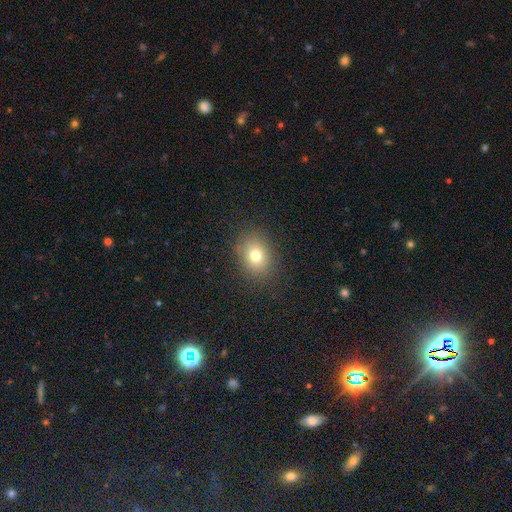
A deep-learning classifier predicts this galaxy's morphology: Smooth or featured? smooth (75%)
How rounded? round (52%)
Merging? none (85%)